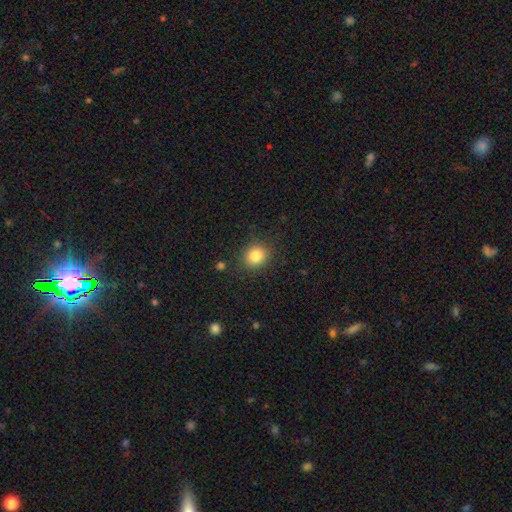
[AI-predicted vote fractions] smooth 84%, star or artifact 11%, featured or disk 5%. Down the decision tree: how rounded — round (79%); merging — none (86%).